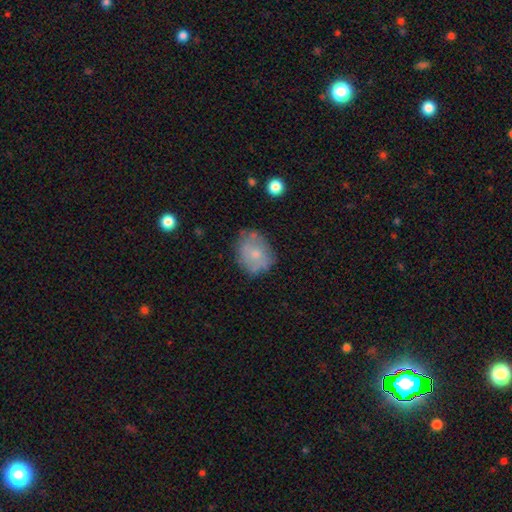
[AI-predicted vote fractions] A smooth galaxy with no disk features (62%) that is round (51%).

Vote fractions:
- Smooth or featured? smooth: 62% / featured or disk: 30% / star or artifact: 8%
- How rounded? round: 51% / in between: 48% / cigar-shaped: 1%
- Merging? none: 60% / minor disturbance: 27% / major disturbance: 9% / merger: 4%